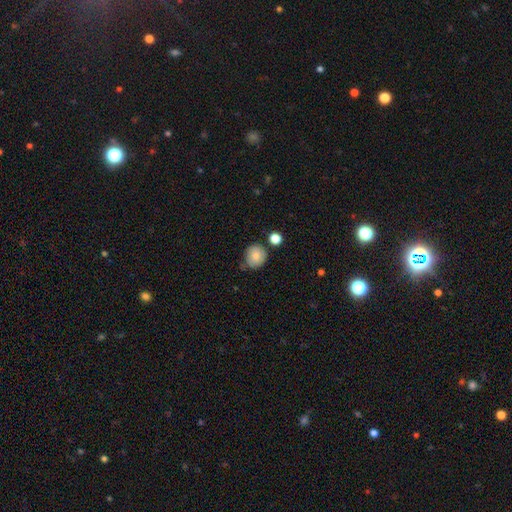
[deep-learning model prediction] smooth-or-featured: smooth: 82% | featured or disk: 10% | star or artifact: 9%
  how-rounded: round: 82% | in between: 18% | cigar-shaped: 1%
  merging: none: 69% | minor disturbance: 20% | merger: 7% | major disturbance: 4%